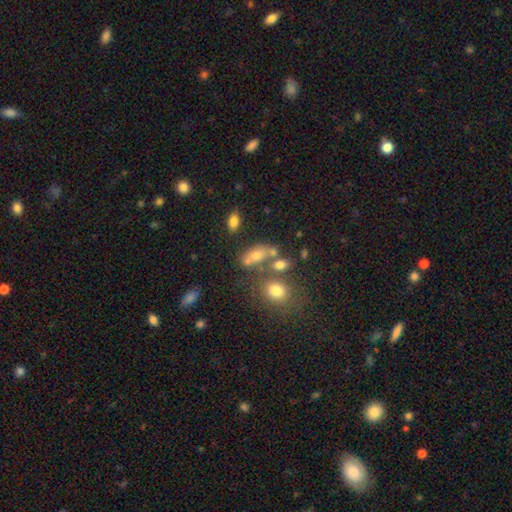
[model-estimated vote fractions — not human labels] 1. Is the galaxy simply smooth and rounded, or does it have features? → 65% smooth, 21% featured or disk, 15% star or artifact.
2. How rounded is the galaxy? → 76% in between, 14% round, 11% cigar-shaped.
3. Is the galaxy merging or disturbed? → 42% none, 29% merger, 18% minor disturbance, 11% major disturbance.